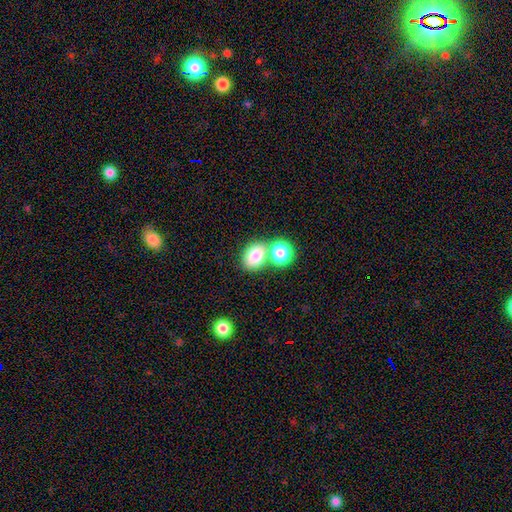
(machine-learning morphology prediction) This appears to be a smooth galaxy with no disk features (79%) that is in between round and cigar-shaped (67%). Merging: none (51%).